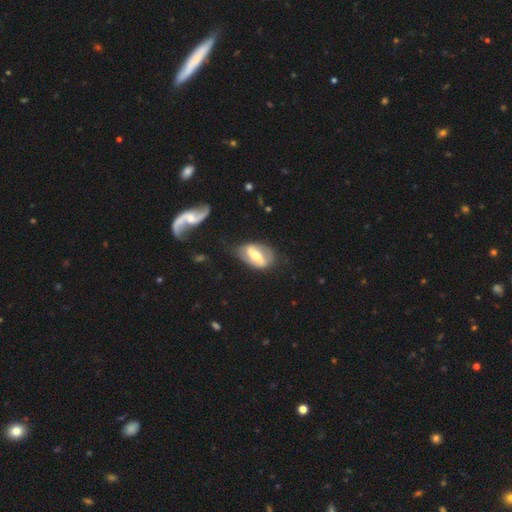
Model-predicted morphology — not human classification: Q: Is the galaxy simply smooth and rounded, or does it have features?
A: featured or disk — 72%.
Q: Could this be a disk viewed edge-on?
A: no — 92%.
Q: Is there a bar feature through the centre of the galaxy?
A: strong — 60%.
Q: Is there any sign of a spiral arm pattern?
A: yes — 75%.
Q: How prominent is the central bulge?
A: moderate — 64%.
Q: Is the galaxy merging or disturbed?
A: none — 66%.